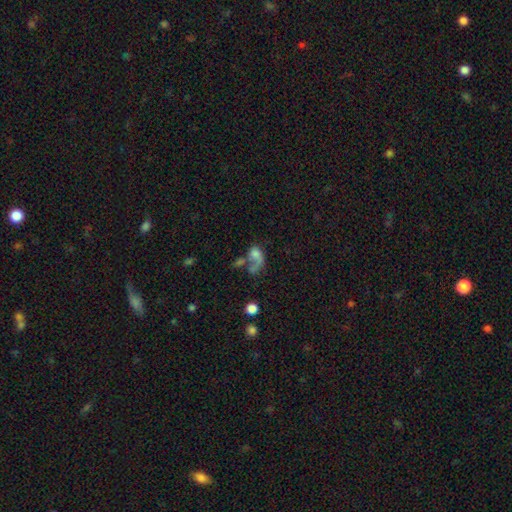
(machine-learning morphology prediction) This appears to be a smooth galaxy with no disk features (50%). Merging: merger (38%).